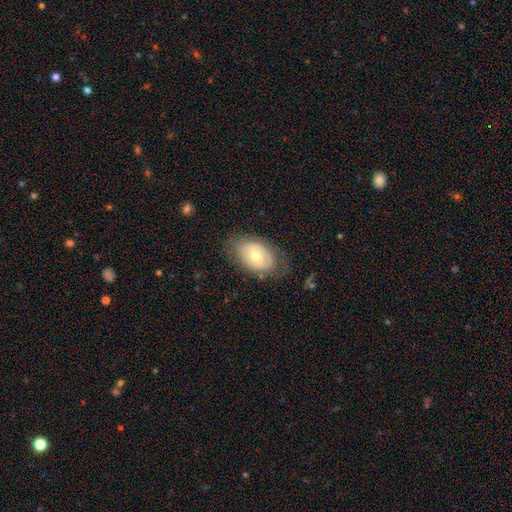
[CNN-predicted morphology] This appears to be a featured or disk galaxy (48%). Merging: none (67%).